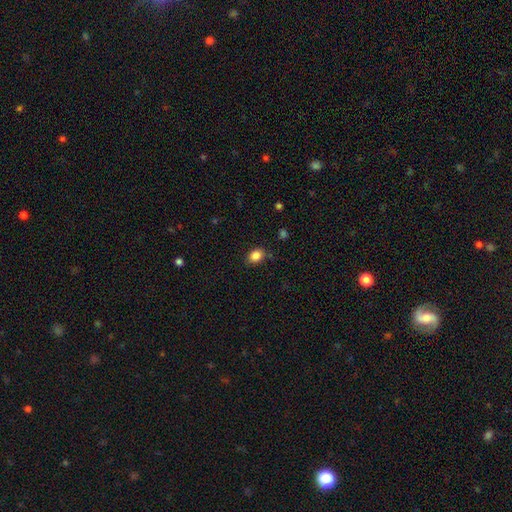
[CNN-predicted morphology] This appears to be a smooth galaxy with no disk features (86%) that is in between round and cigar-shaped (60%). Merging: none (81%).